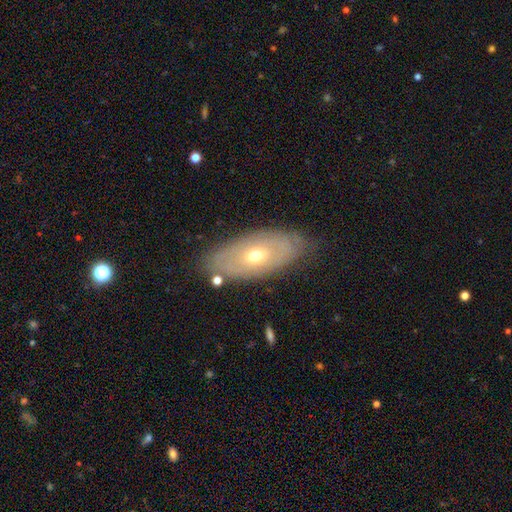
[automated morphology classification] This is possibly a featured or disk galaxy (54%). It is clearly not viewed edge-on (83%). Merging: likely none (77%).